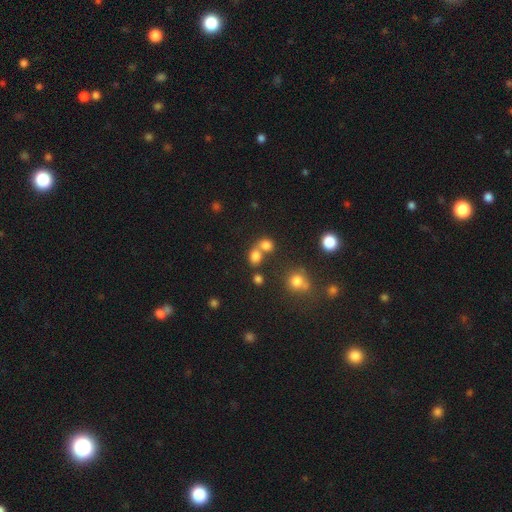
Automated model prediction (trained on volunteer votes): Smooth or featured?
  - smooth: 74% *
  - star or artifact: 17%
  - featured or disk: 9%
How rounded?
  - round: 57% *
  - in between: 42%
  - cigar-shaped: 1%
Merging?
  - merger: 47% *
  - none: 41%
  - minor disturbance: 8%
  - major disturbance: 4%